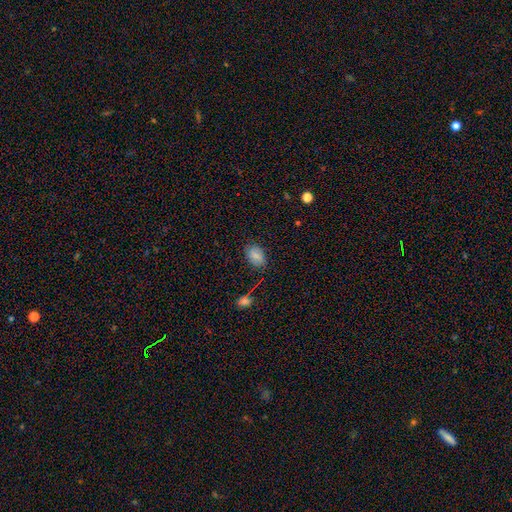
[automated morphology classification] The model was most divided on "smooth or featured": smooth: 73%, featured or disk: 14%, star or artifact: 13%. More confident: how rounded — in between (84%); merging — none (80%).